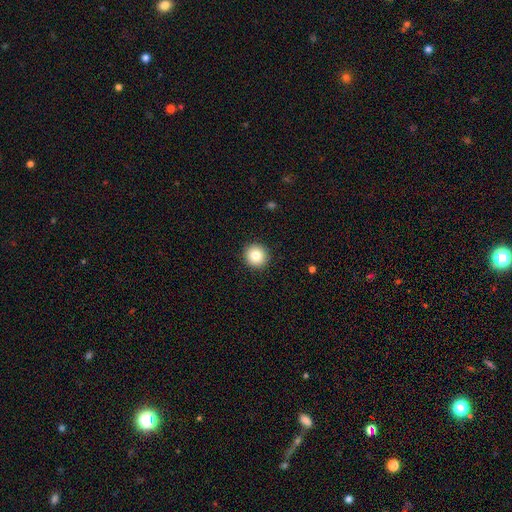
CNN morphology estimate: smooth_or_featured: smooth (p=0.82) [alt: star or artifact p=0.09]
how_rounded: round (p=0.94) [alt: in between p=0.05]
merging: none (p=0.92) [alt: minor disturbance p=0.05]